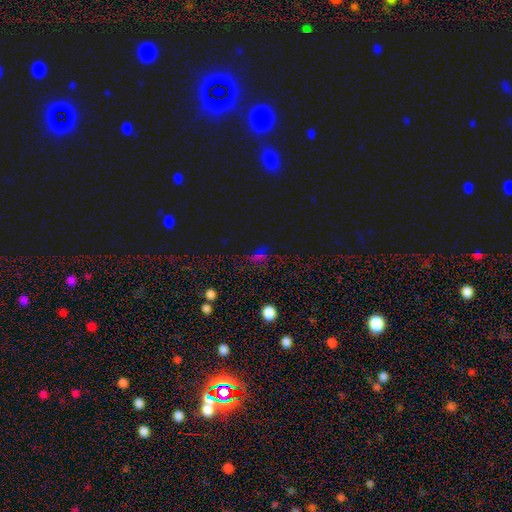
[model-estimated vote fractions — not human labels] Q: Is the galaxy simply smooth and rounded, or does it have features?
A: star or artifact — 54%.